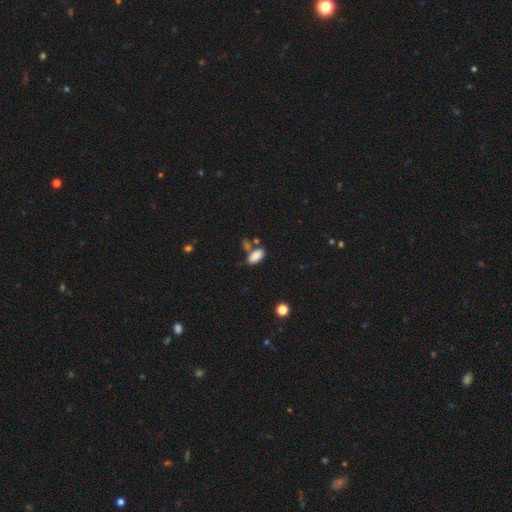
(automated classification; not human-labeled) Smooth or featured?
  - smooth: 86% *
  - star or artifact: 8%
  - featured or disk: 6%
How rounded?
  - in between: 92% *
  - cigar-shaped: 5%
  - round: 3%
Merging?
  - none: 57% *
  - merger: 22%
  - minor disturbance: 15%
  - major disturbance: 5%